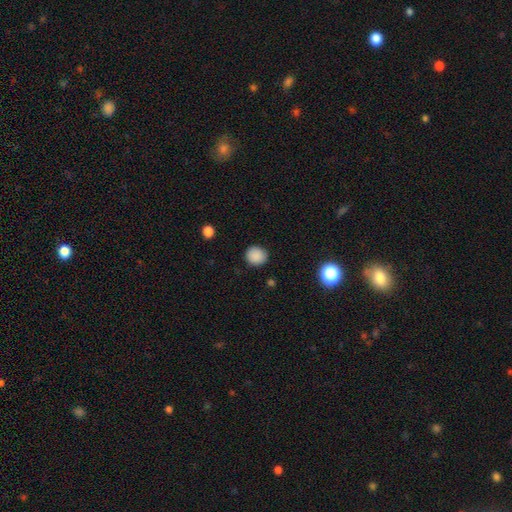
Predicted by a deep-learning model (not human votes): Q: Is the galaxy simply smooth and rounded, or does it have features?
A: smooth — 87%.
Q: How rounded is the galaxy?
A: round — 86%.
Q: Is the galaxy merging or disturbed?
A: none — 88%.